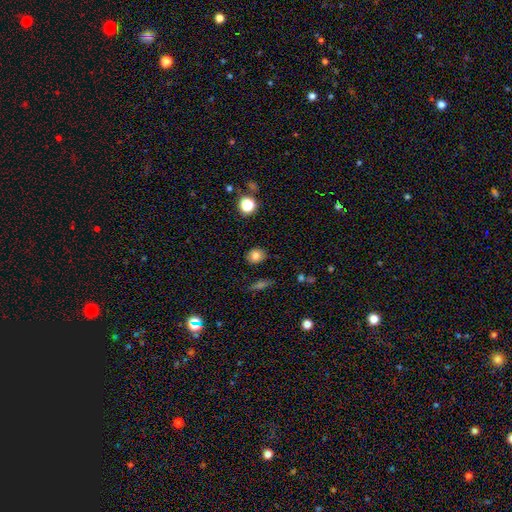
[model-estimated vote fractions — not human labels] This is likely a smooth galaxy (80%). How rounded: likely round (69%). Merging: clearly none (86%).